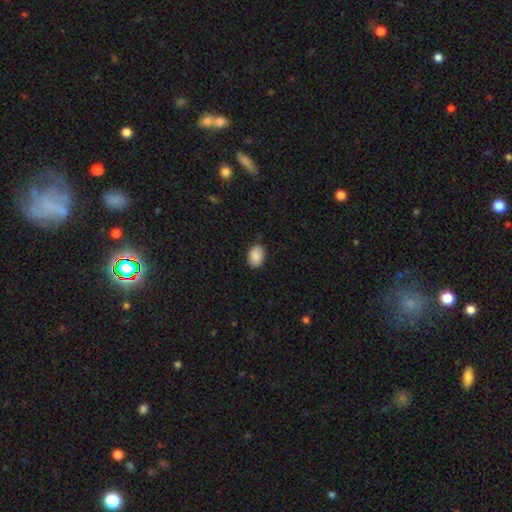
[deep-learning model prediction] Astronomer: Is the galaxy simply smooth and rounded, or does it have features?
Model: smooth — 88%.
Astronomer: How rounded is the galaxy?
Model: in between — 77%.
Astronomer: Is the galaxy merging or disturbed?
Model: none — 85%.